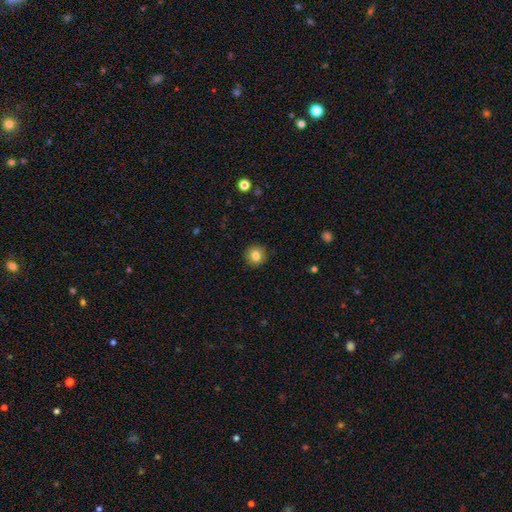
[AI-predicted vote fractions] Q: Smooth or featured?
A: smooth (82%); runner-up: star or artifact (10%)
Q: How rounded?
A: round (93%); runner-up: in between (6%)
Q: Merging?
A: none (91%); runner-up: minor disturbance (6%)